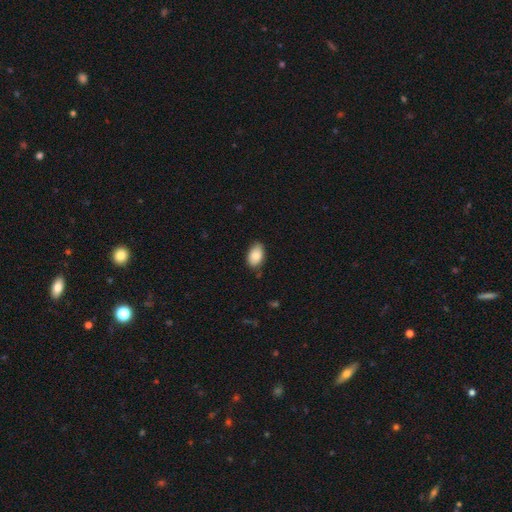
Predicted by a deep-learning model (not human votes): Smooth or featured? Predicted: smooth (p=0.84). How rounded? Predicted: in between (p=0.93). Merging? Predicted: none (p=0.78).